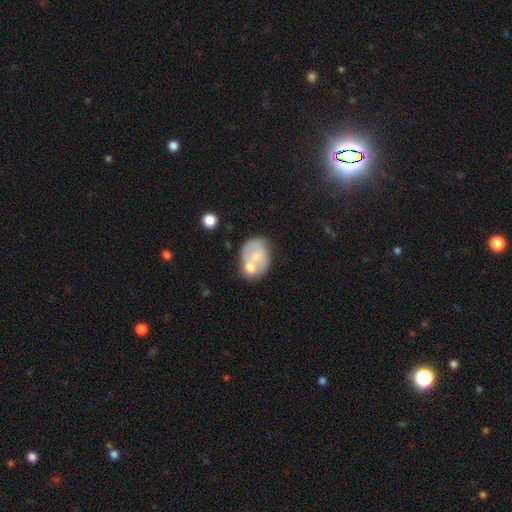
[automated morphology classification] This is possibly a smooth galaxy (58%). How rounded: possibly in between (58%). Merging: marginally merger (38%).